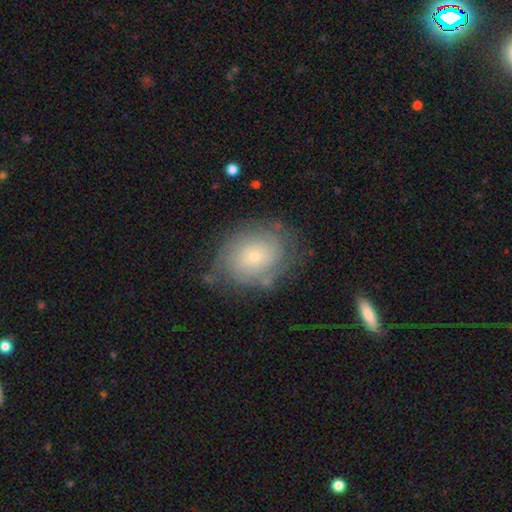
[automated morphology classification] smooth-or-featured: featured or disk: 58% | smooth: 33% | star or artifact: 8%
  disk-edge-on: no: 97% | yes: 3%
    bar: no: 85% | weak: 13% | strong: 2%
    has-spiral-arms: yes: 79% | no: 21%
    bulge-size: small: 77% | moderate: 18% | large: 2% | none: 2% | dominant: 1%
  merging: none: 67% | minor disturbance: 20% | major disturbance: 10% | merger: 3%